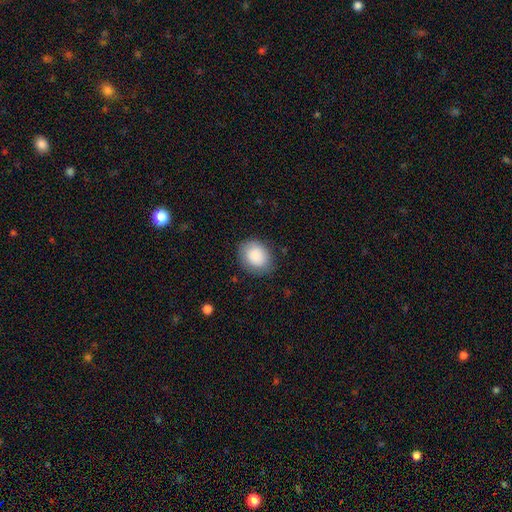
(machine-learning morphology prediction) This appears to be a smooth galaxy with no disk features (86%) that is in between round and cigar-shaped (50%). Merging: none (81%).